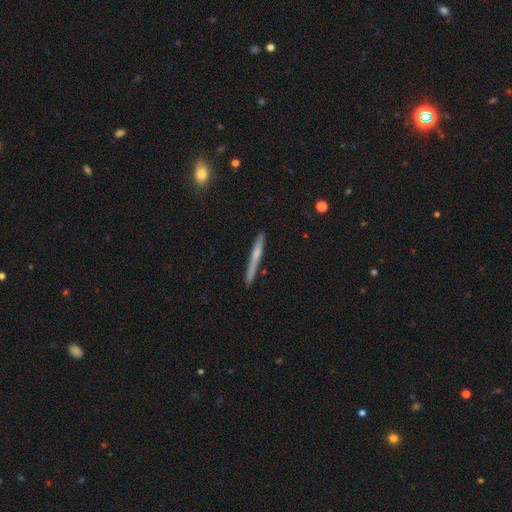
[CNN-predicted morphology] Smooth or featured: featured or disk — 50% (smooth — 44%)
Merging: none — 87% (minor disturbance — 9%)